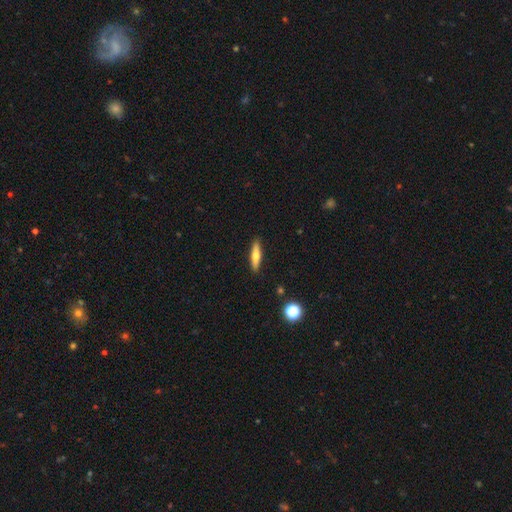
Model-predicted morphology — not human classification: The model was most divided on "smooth or featured": smooth: 55%, featured or disk: 38%, star or artifact: 7%. More confident: merging — none (90%); how rounded — cigar-shaped (79%).